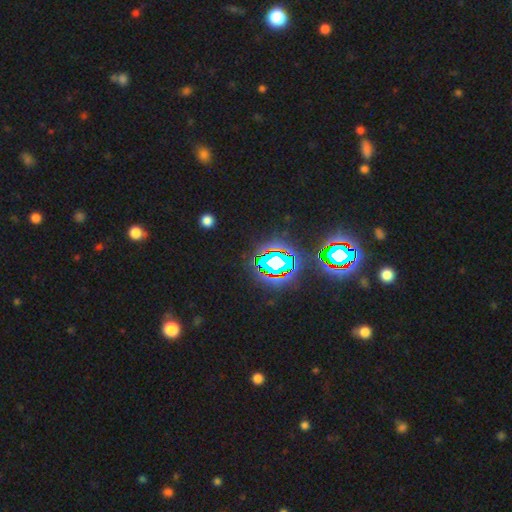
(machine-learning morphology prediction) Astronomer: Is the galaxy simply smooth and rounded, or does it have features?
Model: star or artifact — 82%.